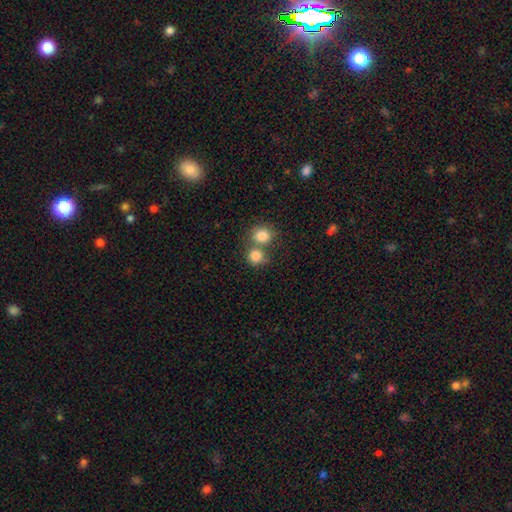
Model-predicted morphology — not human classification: Smooth or featured: smooth — 82% (star or artifact — 10%)
How rounded: round — 86% (in between — 13%)
Merging: none — 48% (merger — 43%)